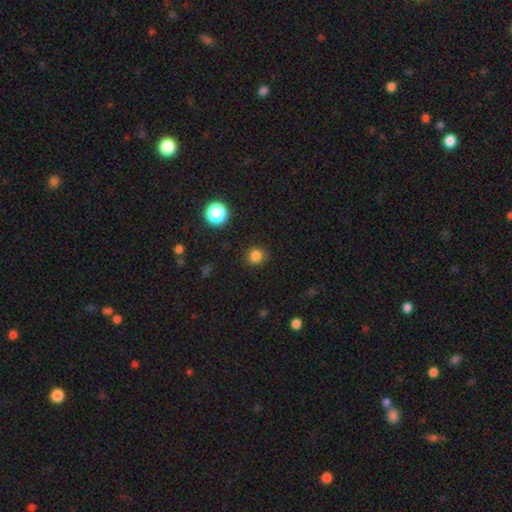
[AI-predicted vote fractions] A smooth galaxy with no disk features (82%) that is round (89%). Merging: none (89%).